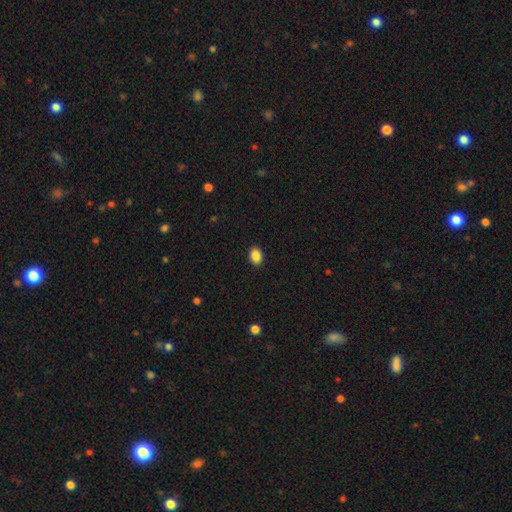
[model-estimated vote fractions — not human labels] A smooth galaxy with no disk features (88%) that is in between round and cigar-shaped (74%).

Vote fractions:
- Smooth or featured? smooth: 88% / star or artifact: 8% / featured or disk: 3%
- How rounded? in between: 74% / round: 25% / cigar-shaped: 1%
- Merging? none: 91% / minor disturbance: 7% / major disturbance: 2% / merger: 1%